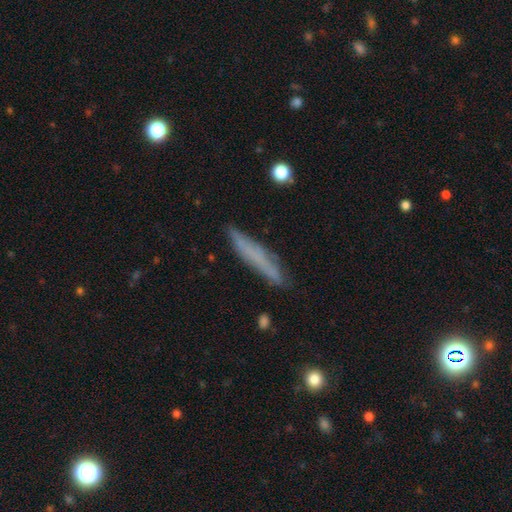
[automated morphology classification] This is likely a smooth galaxy (60%). How rounded: clearly cigar-shaped (93%). Merging: clearly none (83%).